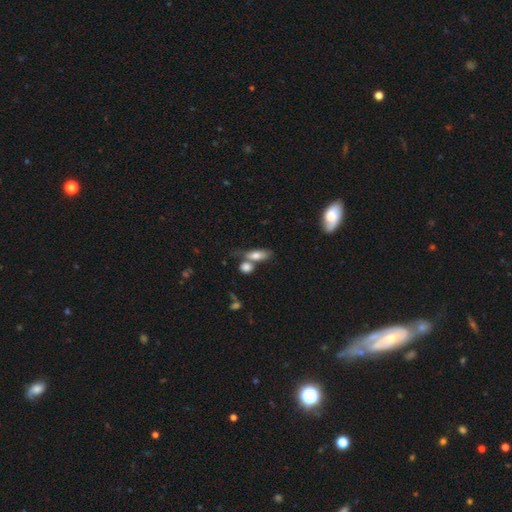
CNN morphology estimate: smooth 73%, featured or disk 18%, star or artifact 8%. Down the decision tree: how rounded — in between (72%); merging — merger (40%, tied with none).